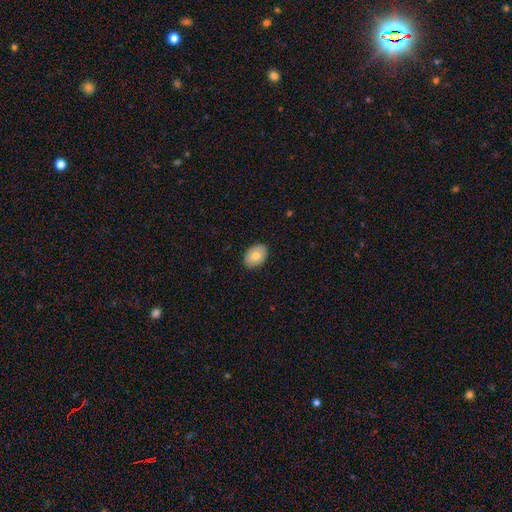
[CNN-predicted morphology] Smooth or featured? Predicted: smooth (p=0.78). How rounded? Predicted: in between (p=0.75). Merging? Predicted: none (p=0.89).